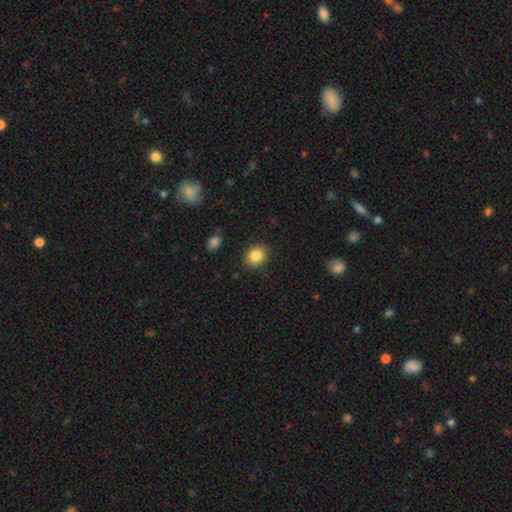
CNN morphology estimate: Overall: smooth (85%). How rounded: round (58%; in between 41%). Merging: none (87%).